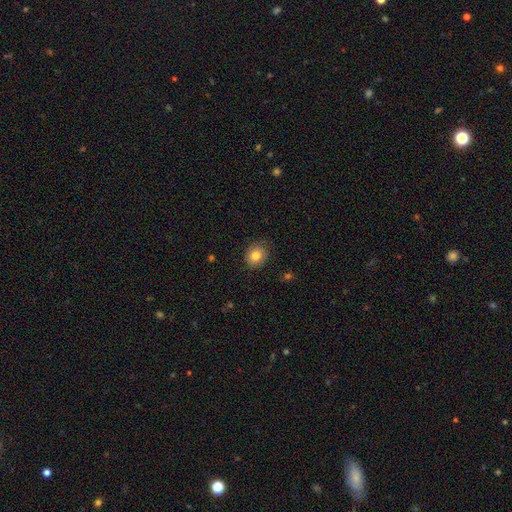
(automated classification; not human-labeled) This appears to be a smooth galaxy with no disk features (81%) that is round (66%). Merging: none (79%).